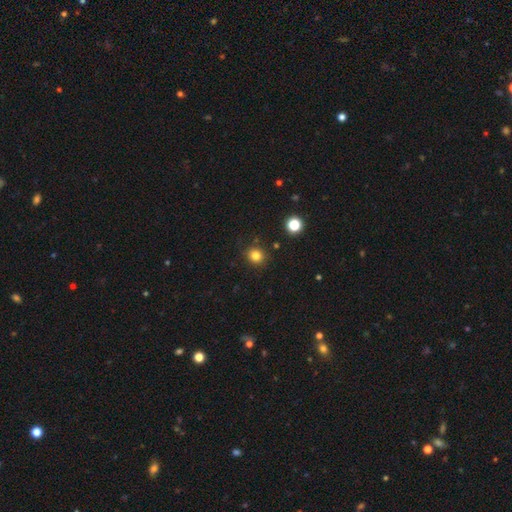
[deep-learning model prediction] A smooth galaxy with no disk features (81%) that is round (86%). Merging: none (87%).